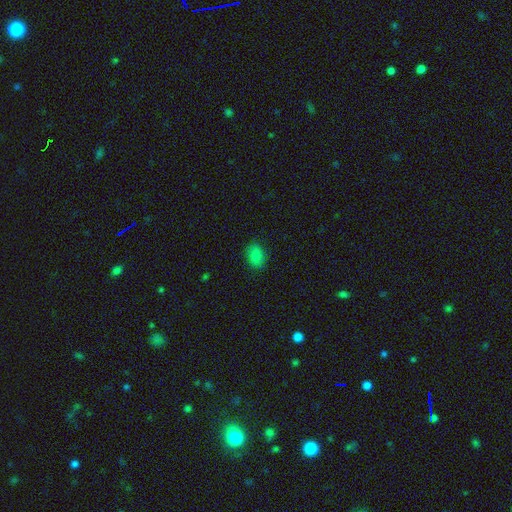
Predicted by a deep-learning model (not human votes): smooth_or_featured: smooth (p=0.83) [alt: star or artifact p=0.11]
how_rounded: in between (p=0.76) [alt: round p=0.23]
merging: none (p=0.85) [alt: minor disturbance p=0.12]